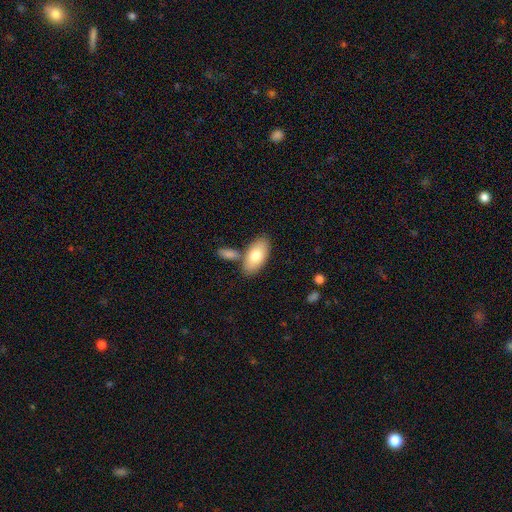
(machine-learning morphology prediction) The model was most divided on "merging": none: 71%, merger: 15%, minor disturbance: 11%, major disturbance: 3%. More confident: how rounded — in between (93%); smooth or featured — smooth (76%).